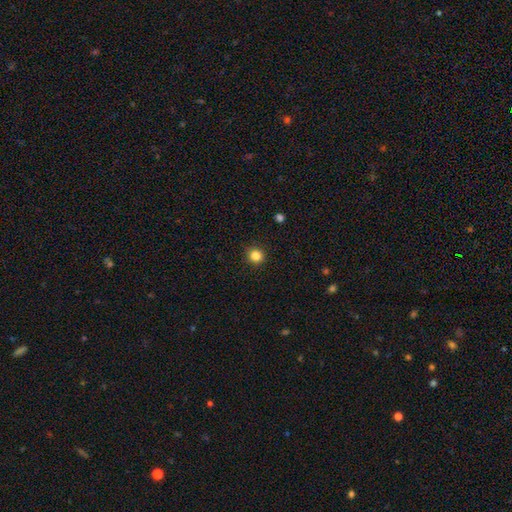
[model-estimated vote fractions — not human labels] A smooth galaxy with no disk features (84%) that is round (92%). Merging: none (91%).